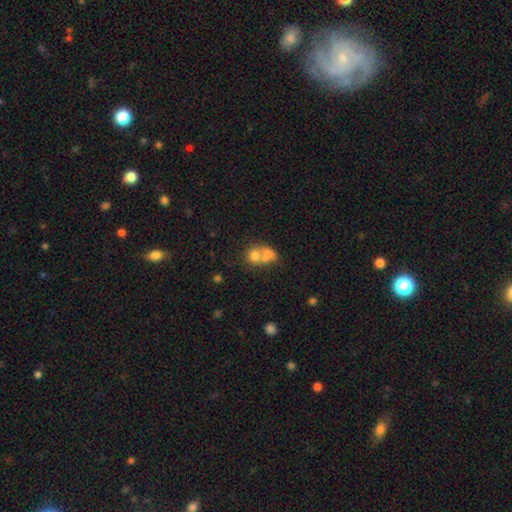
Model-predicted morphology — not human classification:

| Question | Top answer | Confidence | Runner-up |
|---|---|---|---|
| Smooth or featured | smooth | 63% | featured or disk (25%) |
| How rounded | round | 68% | in between (31%) |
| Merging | merger | 65% | none (24%) |